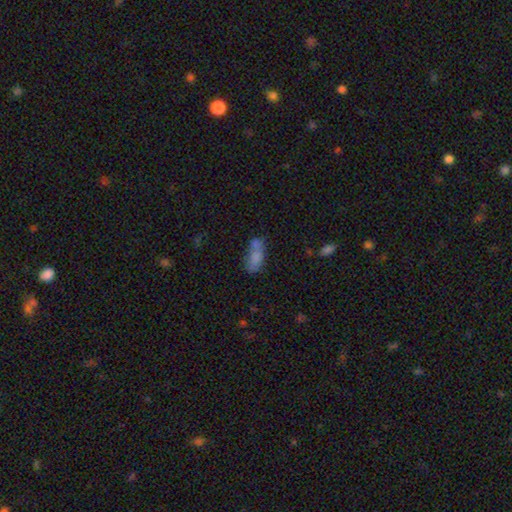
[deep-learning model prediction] This is likely a smooth galaxy (73%). How rounded: likely in between (79%). Merging: marginally none (38%).